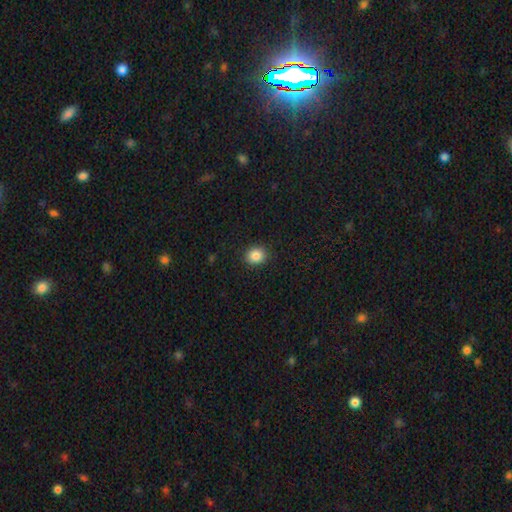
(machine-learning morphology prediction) The model was most divided on "how rounded": round: 68%, in between: 31%, cigar-shaped: 1%. More confident: merging — none (90%); smooth or featured — smooth (85%).